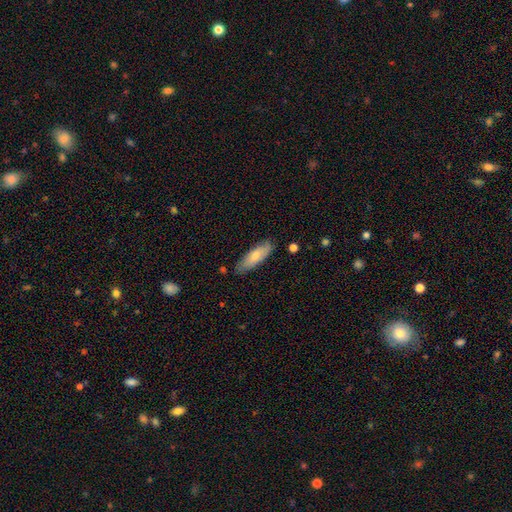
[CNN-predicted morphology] A smooth galaxy with no disk features (68%) that is in between round and cigar-shaped (58%). Merging: none (76%).